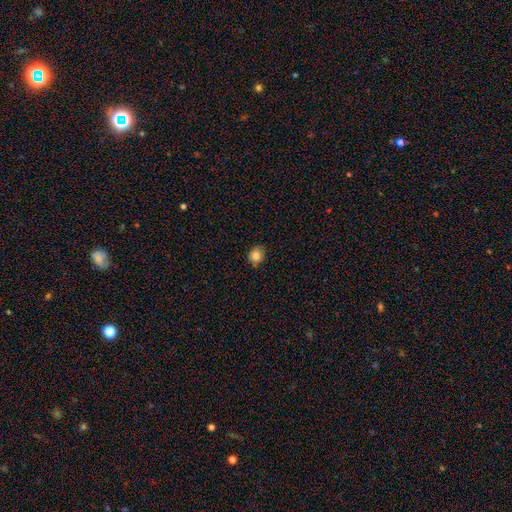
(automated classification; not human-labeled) A smooth galaxy with no disk features (82%) that is round (78%). Merging: none (82%).